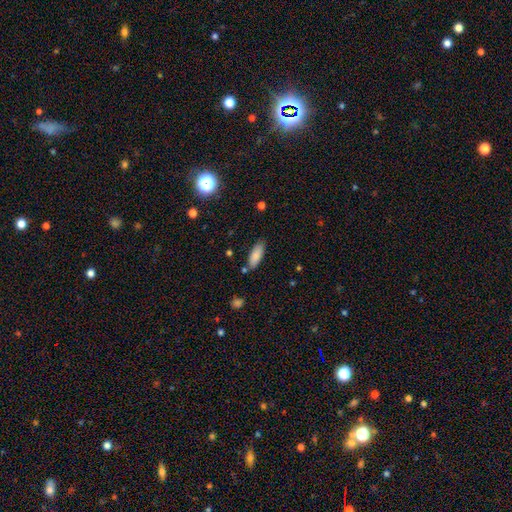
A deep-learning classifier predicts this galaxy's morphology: smooth_or_featured: smooth (p=0.85) [alt: featured or disk p=0.08]
how_rounded: in between (p=0.70) [alt: cigar-shaped p=0.28]
merging: none (p=0.79) [alt: minor disturbance p=0.13]